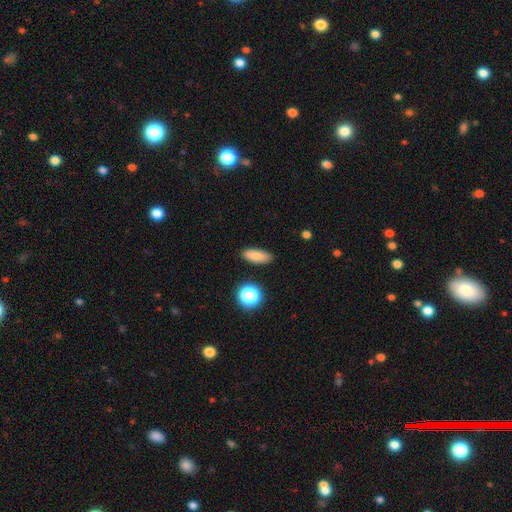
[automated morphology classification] smooth_or_featured: smooth (p=0.84) [alt: star or artifact p=0.10]
how_rounded: in between (p=0.66) [alt: cigar-shaped p=0.28]
merging: none (p=0.88) [alt: minor disturbance p=0.08]